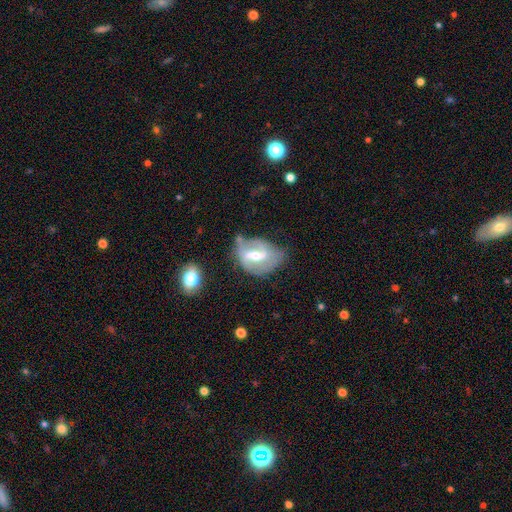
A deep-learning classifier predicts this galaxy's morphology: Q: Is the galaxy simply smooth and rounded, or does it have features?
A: featured or disk — 71%.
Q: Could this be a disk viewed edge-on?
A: no — 95%.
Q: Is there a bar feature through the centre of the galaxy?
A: weak — 44%.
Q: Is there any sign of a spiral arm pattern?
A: yes — 75%.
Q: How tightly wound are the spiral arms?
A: medium — 41%.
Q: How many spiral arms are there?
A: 2 — 72%.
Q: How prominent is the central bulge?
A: moderate — 56%.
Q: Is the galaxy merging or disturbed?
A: none — 45%.